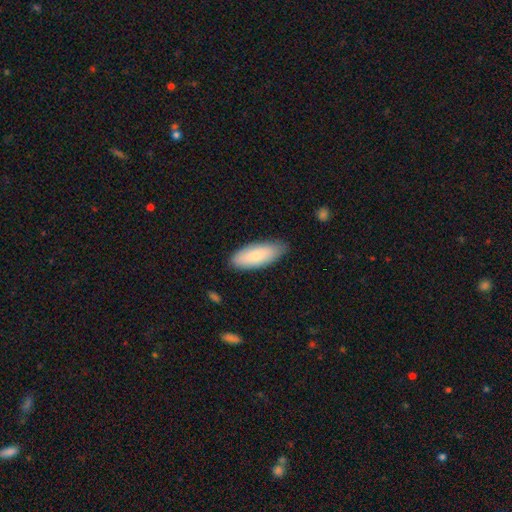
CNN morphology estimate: smooth_or_featured: smooth (p=0.82) [alt: featured or disk p=0.13]
how_rounded: in between (p=0.77) [alt: cigar-shaped p=0.22]
merging: none (p=0.80) [alt: minor disturbance p=0.16]